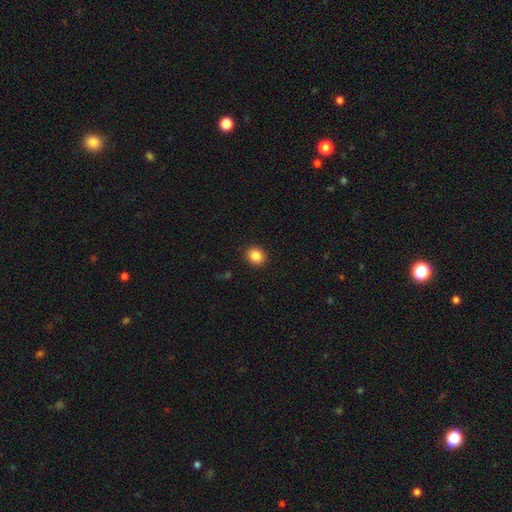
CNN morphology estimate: type=smooth (86%); roundness=round (81%); merging=none (92%).